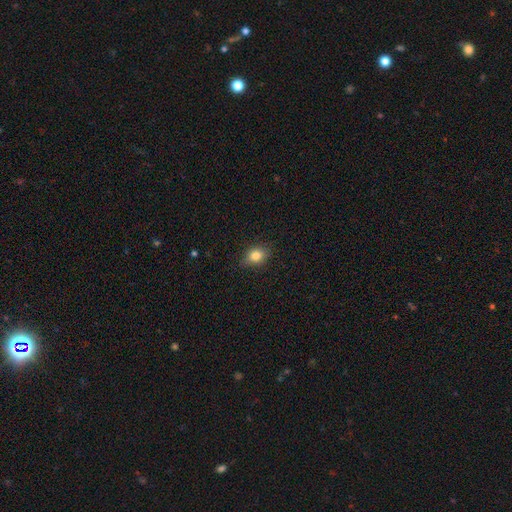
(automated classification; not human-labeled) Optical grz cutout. It shows a smooth galaxy with no disk features (81%) that is in between round and cigar-shaped (61%). Merging: none (80%).